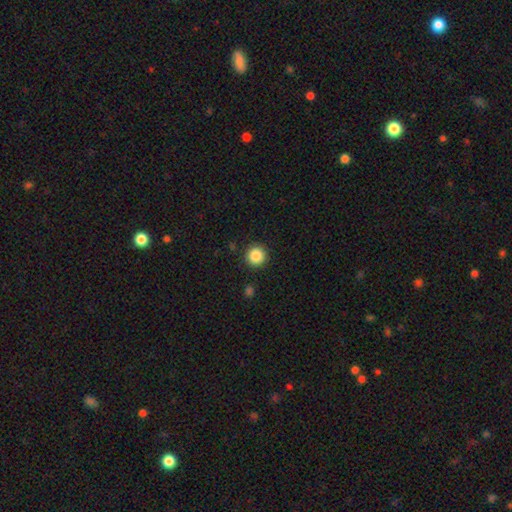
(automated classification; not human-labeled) This is clearly a smooth galaxy (87%). How rounded: clearly round (96%). Merging: clearly none (92%).